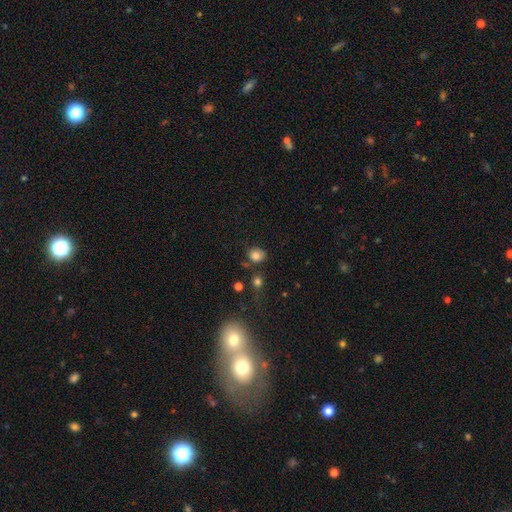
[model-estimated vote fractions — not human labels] Morphology: type=smooth (80%); roundness=round (66%); merging=none (75%).